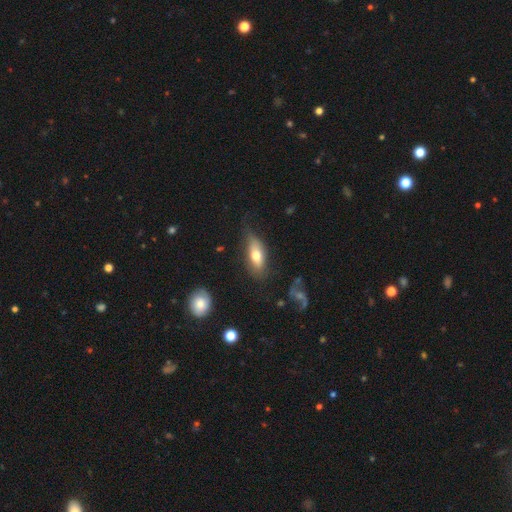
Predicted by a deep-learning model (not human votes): The model was most divided on "merging": none: 60%, minor disturbance: 28%, major disturbance: 10%, merger: 3%. More confident: how rounded — in between (76%); smooth or featured — smooth (66%).